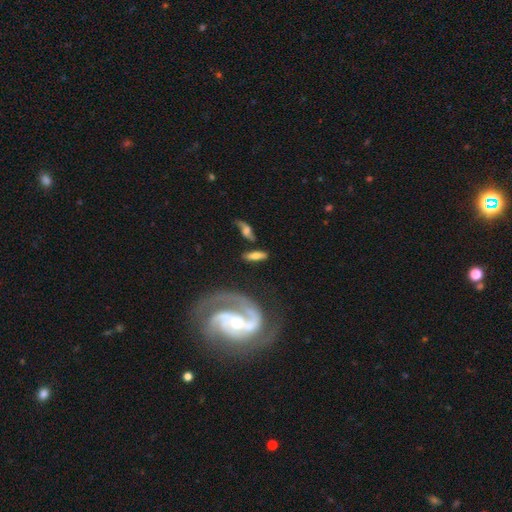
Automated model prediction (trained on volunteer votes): Q: Smooth or featured?
A: smooth (46%); tied with: featured or disk (46%)
Q: Merging?
A: none (66%); runner-up: minor disturbance (16%)